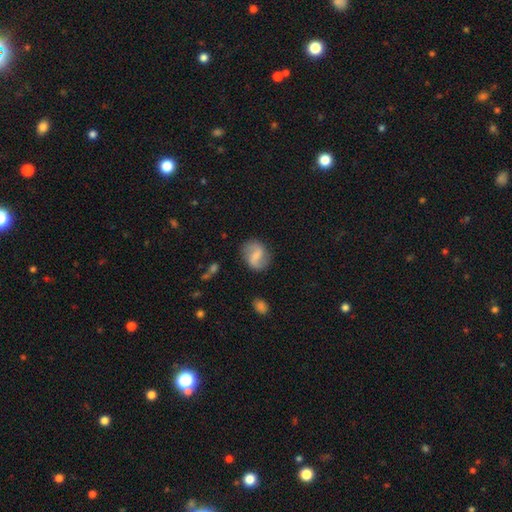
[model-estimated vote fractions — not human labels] Overall: featured or disk (60%; smooth 33%). Edge-on disk: no (97%). Bar: weak (49%; strong 29%). Spiral arms: yes (87%). Spiral arm count: 2 (89%). Spiral winding: loose (57%; medium 32%). Bulge size: small (39%; none 30%). Merging: none (78%).